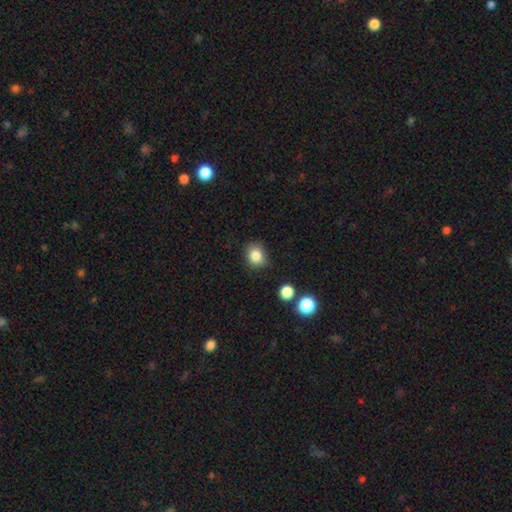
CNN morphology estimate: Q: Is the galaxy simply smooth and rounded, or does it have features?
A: smooth — 83%.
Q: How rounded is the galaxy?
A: round — 60%.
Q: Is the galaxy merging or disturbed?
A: none — 79%.